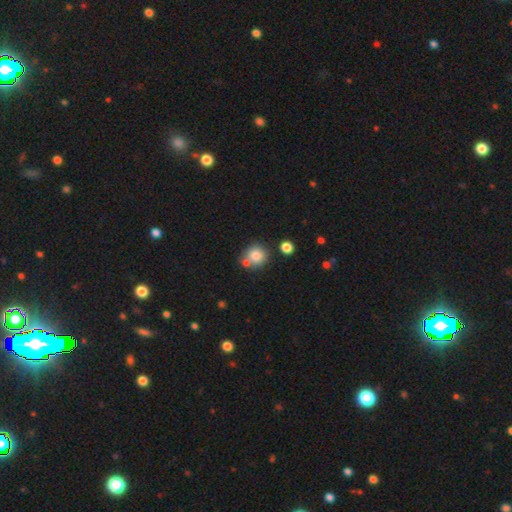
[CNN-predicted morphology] Q: Smooth or featured?
A: smooth (80%); runner-up: star or artifact (10%)
Q: How rounded?
A: round (90%); runner-up: in between (9%)
Q: Merging?
A: none (64%); runner-up: merger (22%)